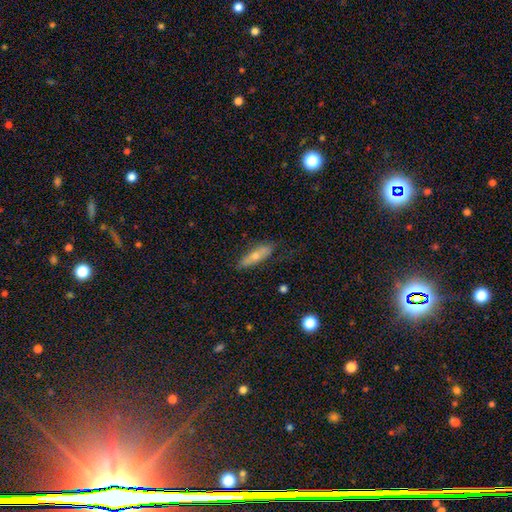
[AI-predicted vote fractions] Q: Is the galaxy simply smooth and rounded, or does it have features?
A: smooth — 56%.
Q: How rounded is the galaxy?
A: cigar-shaped — 60%.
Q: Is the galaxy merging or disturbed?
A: none — 79%.